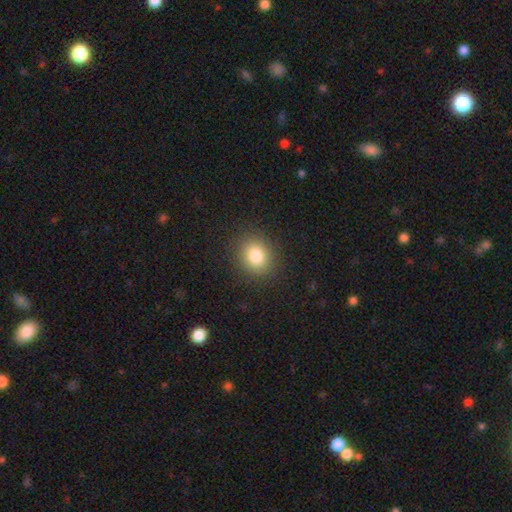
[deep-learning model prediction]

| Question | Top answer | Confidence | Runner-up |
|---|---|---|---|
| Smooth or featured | smooth | 82% | star or artifact (11%) |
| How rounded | round | 71% | in between (28%) |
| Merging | none | 89% | minor disturbance (7%) |